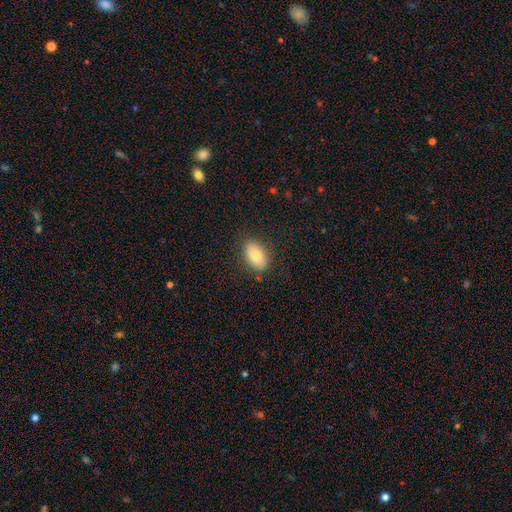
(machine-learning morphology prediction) smooth-or-featured: smooth: 81% | featured or disk: 12% | star or artifact: 7%
  how-rounded: in between: 91% | round: 7% | cigar-shaped: 2%
  merging: none: 84% | minor disturbance: 12% | major disturbance: 3% | merger: 1%